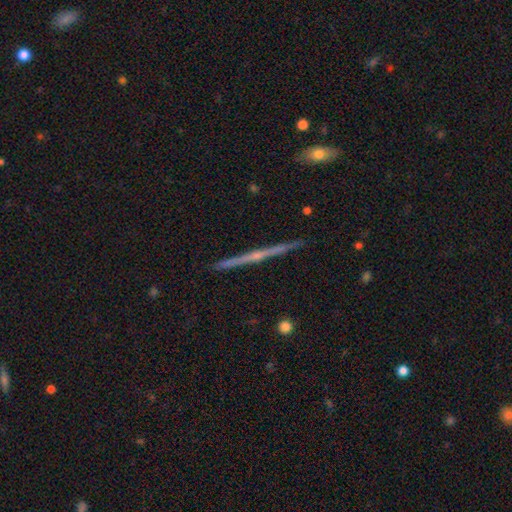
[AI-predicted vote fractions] featured or disk 80%, smooth 13%, star or artifact 6%. Down the decision tree: edge-on disk — yes (98%); edge-on bulge — rounded (65%); merging — none (92%).